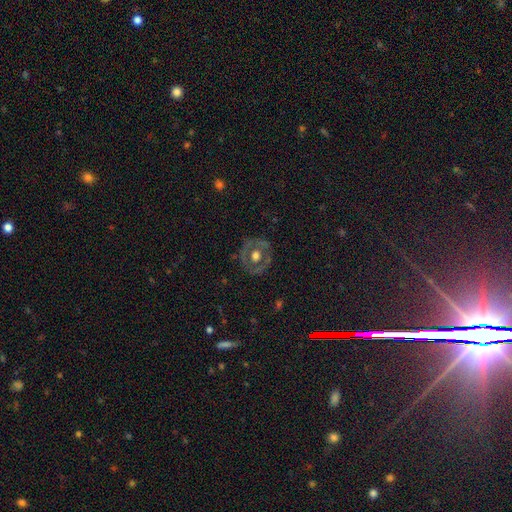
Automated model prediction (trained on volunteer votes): featured or disk 56%, smooth 37%, star or artifact 8%. Down the decision tree: edge-on disk — no (95%); bar — no (86%); spiral arms — no (86%); bulge size — moderate (54%); merging — none (78%).